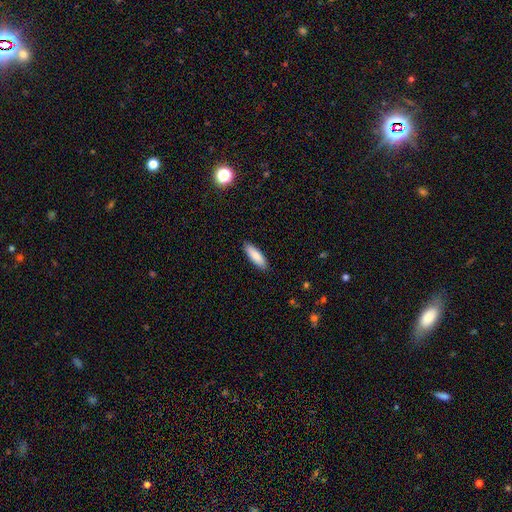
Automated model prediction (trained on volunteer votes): A smooth galaxy with no disk features (87%) that is in between round and cigar-shaped (51%).

Vote fractions:
- Smooth or featured? smooth: 87% / featured or disk: 8% / star or artifact: 6%
- How rounded? in between: 51% / cigar-shaped: 48% / round: 1%
- Merging? none: 89% / minor disturbance: 8% / major disturbance: 2% / merger: 1%